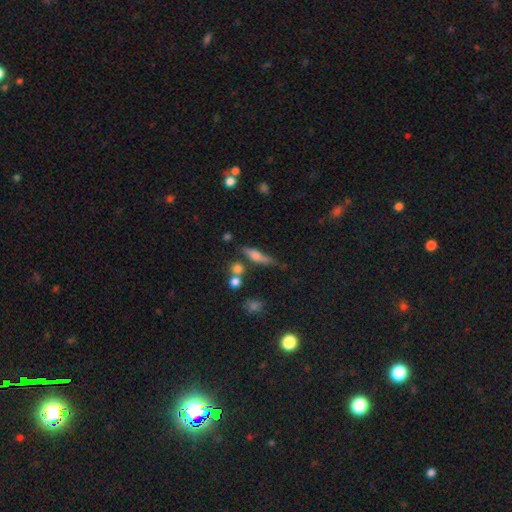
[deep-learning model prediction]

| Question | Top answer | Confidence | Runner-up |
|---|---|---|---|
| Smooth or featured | smooth | 48% | featured or disk (41%) |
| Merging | none | 59% | minor disturbance (22%) |